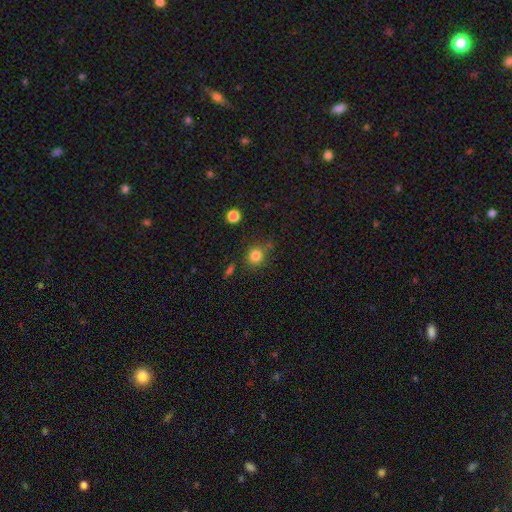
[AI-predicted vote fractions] Overall: smooth (82%). How rounded: round (86%). Merging: none (75%).